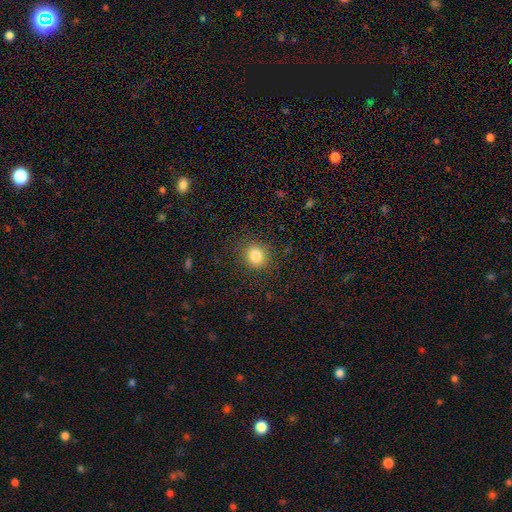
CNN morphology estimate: Overall: smooth (83%). How rounded: round (76%). Merging: none (88%).